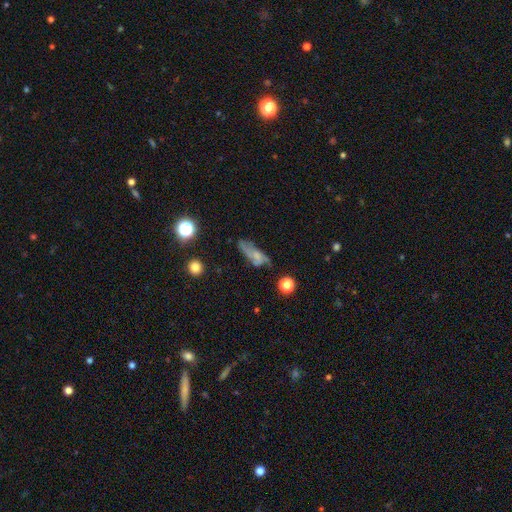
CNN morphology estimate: type=smooth (50%); merging=none (38%).